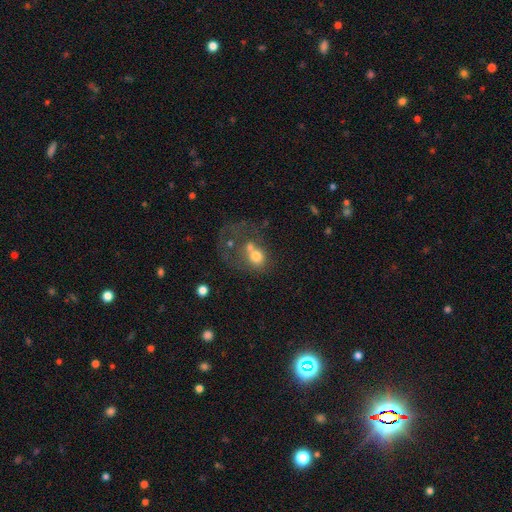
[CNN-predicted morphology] Smooth or featured? Predicted: smooth (p=0.61). How rounded? Predicted: round (p=0.59). Merging? Predicted: merger (p=0.48).